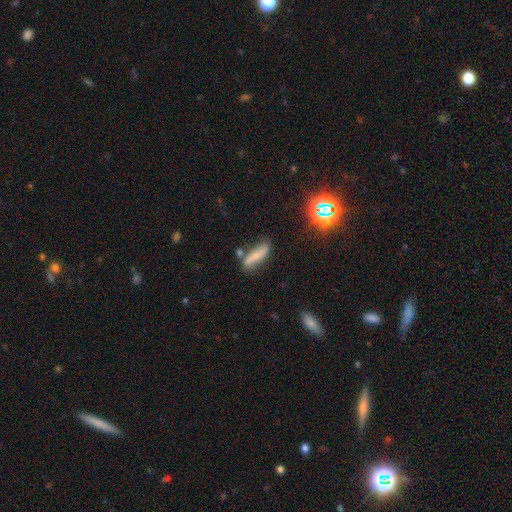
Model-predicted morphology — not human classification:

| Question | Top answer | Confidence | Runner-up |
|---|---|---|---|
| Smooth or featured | smooth | 61% | featured or disk (29%) |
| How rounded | cigar-shaped | 64% | in between (32%) |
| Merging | none | 60% | minor disturbance (22%) |